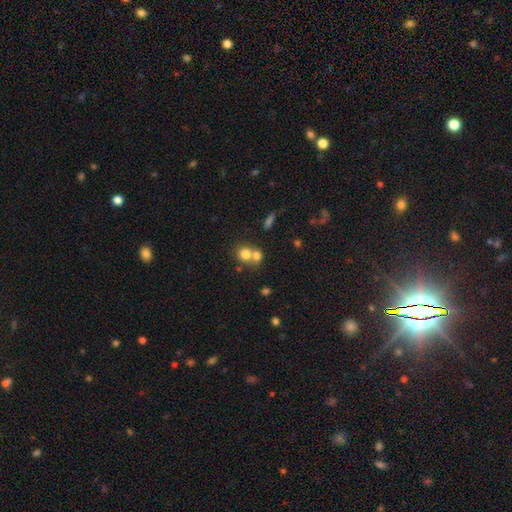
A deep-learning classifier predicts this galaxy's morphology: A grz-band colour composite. It shows a smooth galaxy with no disk features (74%) that is round (78%). Merging: merger (57%).